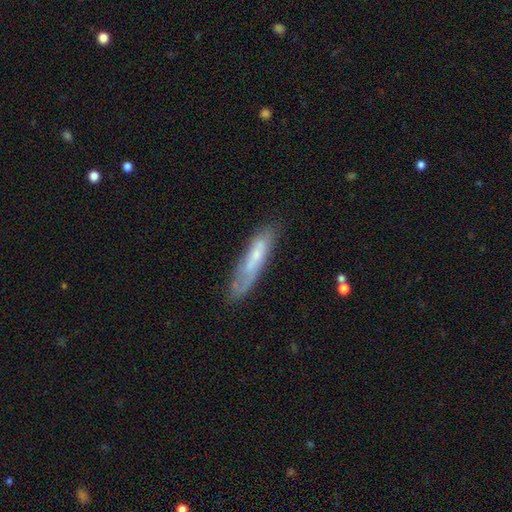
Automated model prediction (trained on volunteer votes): This appears to be a smooth galaxy with no disk features (47%). Merging: none (64%).